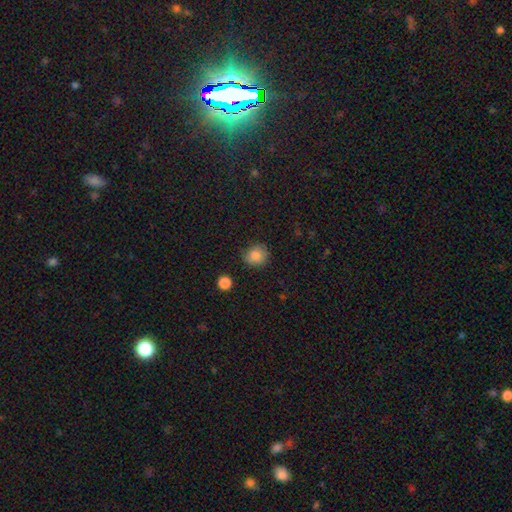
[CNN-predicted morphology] Overall: smooth (84%). How rounded: round (85%). Merging: none (78%).